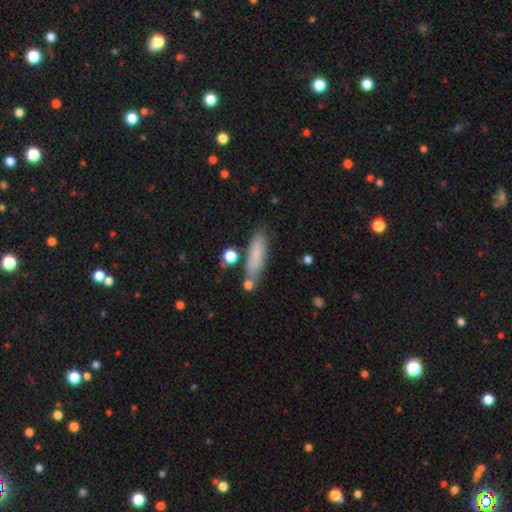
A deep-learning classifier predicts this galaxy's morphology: Overall: smooth (78%). How rounded: cigar-shaped (62%; in between 36%). Merging: none (75%).